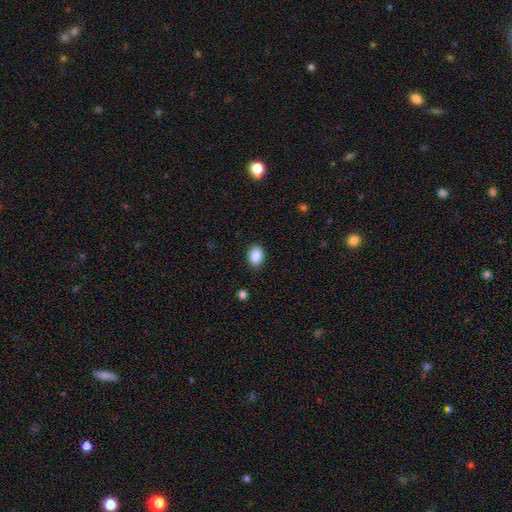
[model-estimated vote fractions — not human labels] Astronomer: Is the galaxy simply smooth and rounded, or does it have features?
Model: smooth — 87%.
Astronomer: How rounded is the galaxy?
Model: in between — 74%.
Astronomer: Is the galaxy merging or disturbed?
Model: none — 88%.